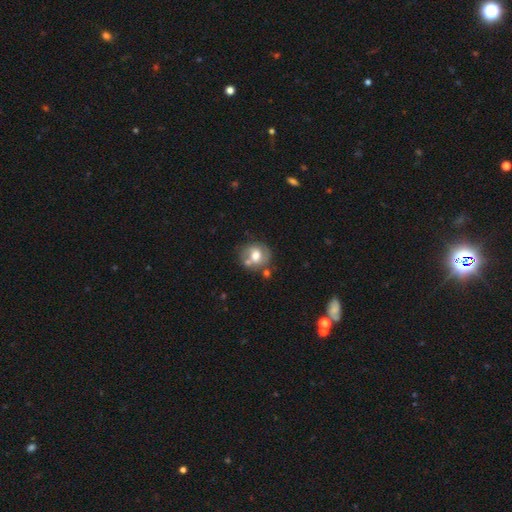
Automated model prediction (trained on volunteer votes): Smooth or featured: smooth — 49% (featured or disk — 42%)
Merging: none — 55% (minor disturbance — 19%)